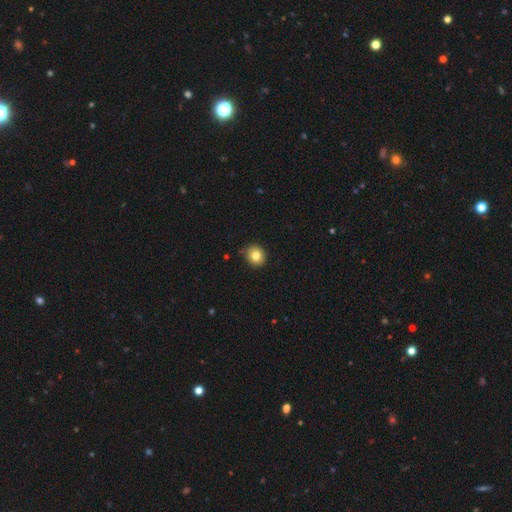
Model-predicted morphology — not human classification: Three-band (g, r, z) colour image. It shows a smooth galaxy with no disk features (81%) that is round (79%). Merging: none (88%).